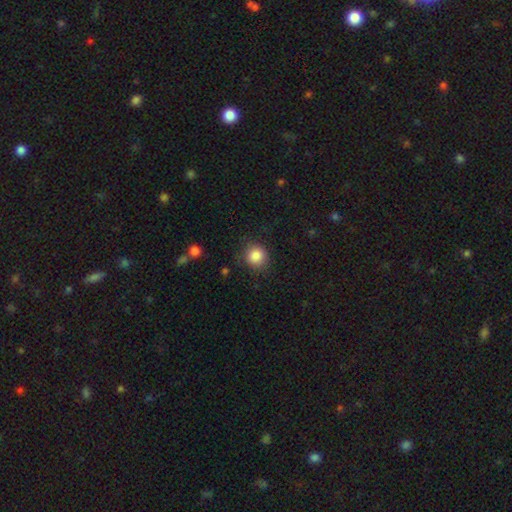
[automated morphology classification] This is clearly a smooth galaxy (86%). How rounded: clearly round (87%). Merging: clearly none (82%).